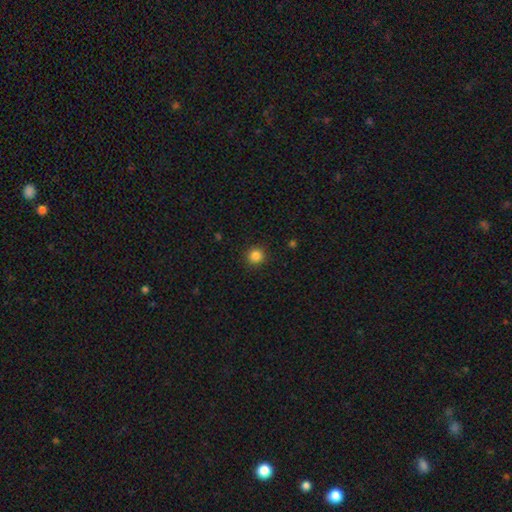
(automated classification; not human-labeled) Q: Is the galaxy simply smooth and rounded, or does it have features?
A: smooth — 85%.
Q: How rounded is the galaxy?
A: round — 94%.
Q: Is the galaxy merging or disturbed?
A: none — 92%.